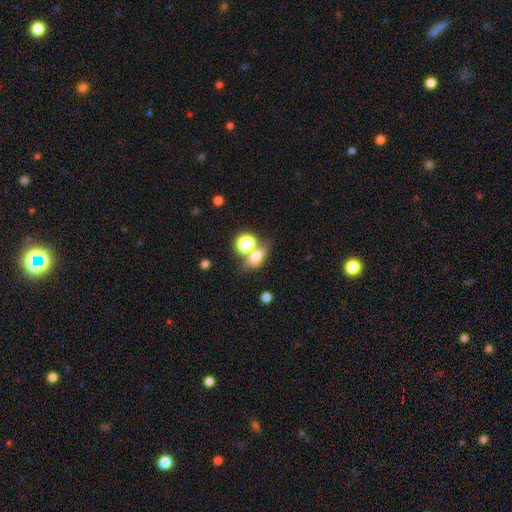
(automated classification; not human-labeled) Q: Smooth or featured?
A: smooth (70%); runner-up: star or artifact (16%)
Q: How rounded?
A: in between (63%); runner-up: round (33%)
Q: Merging?
A: none (48%); runner-up: merger (33%)